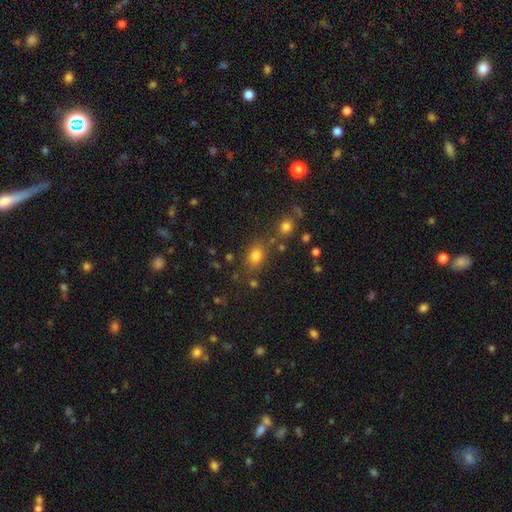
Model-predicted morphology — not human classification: Smooth or featured? smooth (76%)
How rounded? in between (58%)
Merging? none (70%)